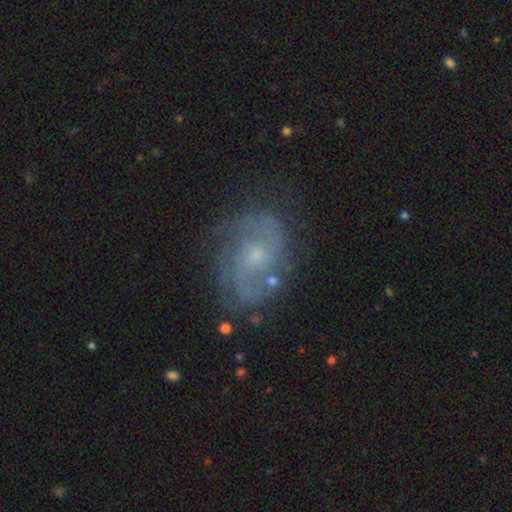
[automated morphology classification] type=featured or disk (79%); edge-on=no (97%); bar=no (65%); spiral arms=yes (92%); winding=medium (46%); arm count=2 (57%); bulge=small (61%); merging=none (72%).